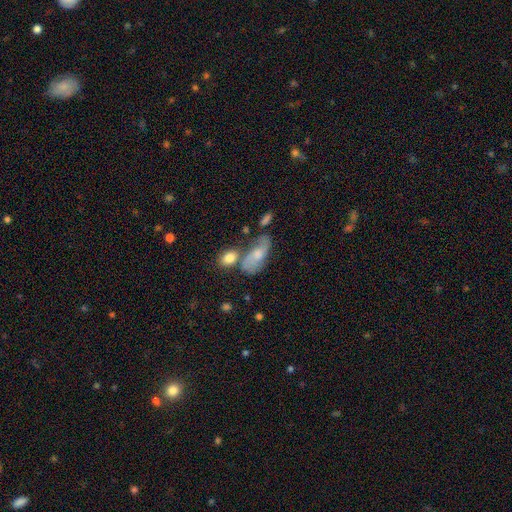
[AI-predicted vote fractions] Overall: featured or disk (53%; smooth 38%). Edge-on disk: no (89%). Merging: none (46%; merger 22%).